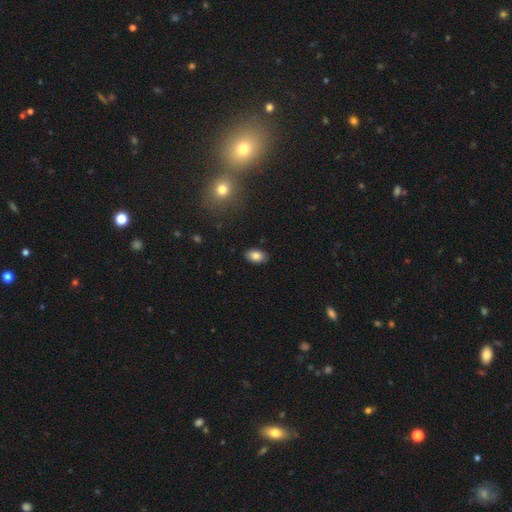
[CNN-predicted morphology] A smooth galaxy with no disk features (84%) that is in between round and cigar-shaped (89%).

Vote fractions:
- Smooth or featured? smooth: 84% / star or artifact: 9% / featured or disk: 7%
- How rounded? in between: 89% / round: 9% / cigar-shaped: 1%
- Merging? none: 88% / minor disturbance: 9% / major disturbance: 2% / merger: 1%